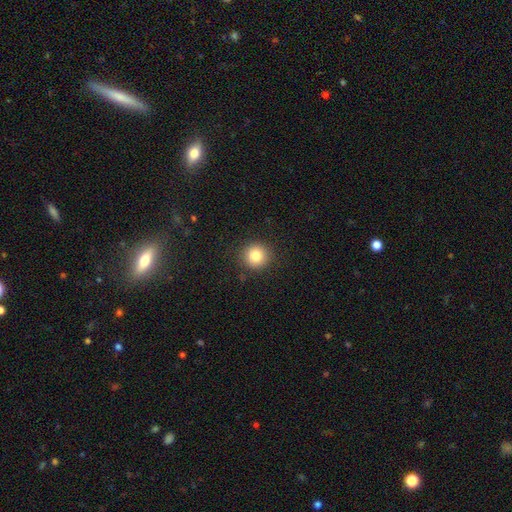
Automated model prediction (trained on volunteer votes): The model was most divided on "smooth or featured": smooth: 82%, star or artifact: 11%, featured or disk: 7%. More confident: how rounded — round (93%); merging — none (90%).